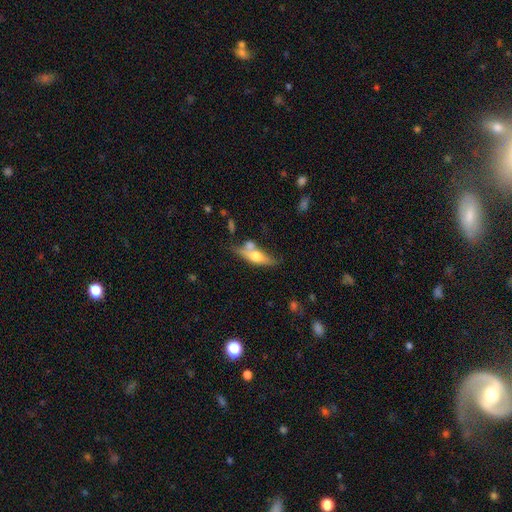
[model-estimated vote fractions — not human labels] Smooth or featured: featured or disk — 47% (smooth — 46%)
Merging: none — 48% (merger — 27%)